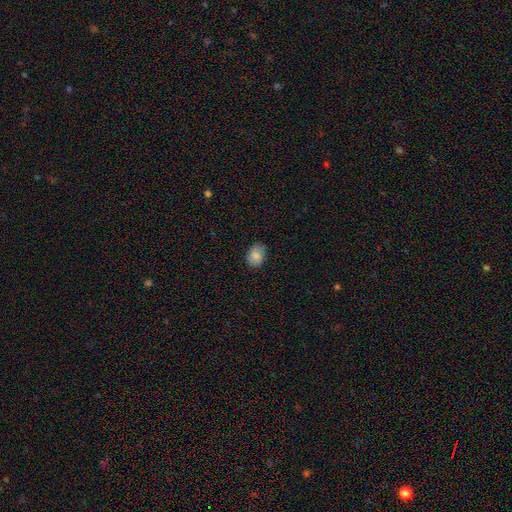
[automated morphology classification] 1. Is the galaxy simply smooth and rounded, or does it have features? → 83% smooth, 9% featured or disk, 8% star or artifact.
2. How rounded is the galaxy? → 74% in between, 24% round, 1% cigar-shaped.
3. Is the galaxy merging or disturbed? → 84% none, 13% minor disturbance, 2% major disturbance, 1% merger.